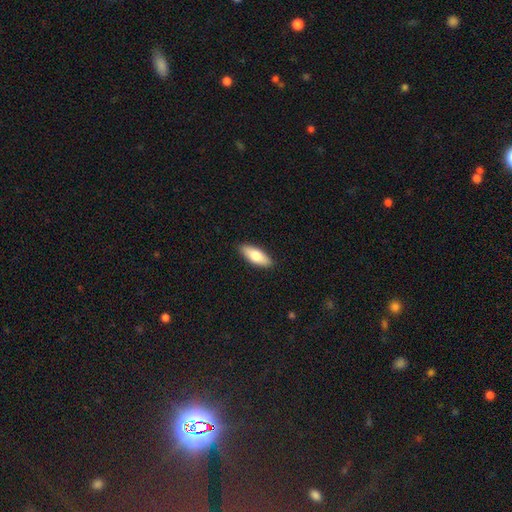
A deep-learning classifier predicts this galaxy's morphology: smooth-or-featured: smooth: 75% | featured or disk: 20% | star or artifact: 6%
  how-rounded: in between: 72% | cigar-shaped: 26% | round: 2%
  merging: none: 89% | minor disturbance: 8% | major disturbance: 2% | merger: 1%